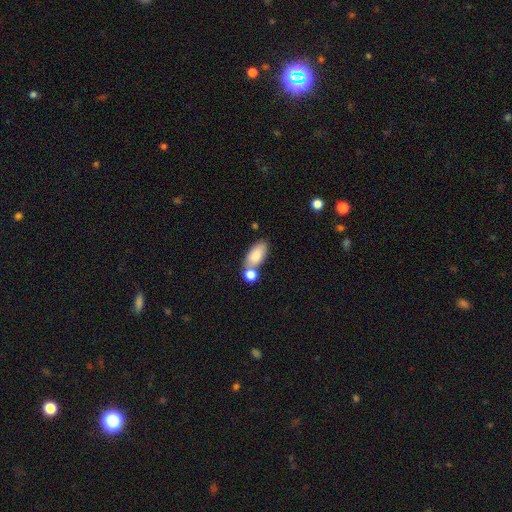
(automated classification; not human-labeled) Smooth or featured: smooth — 84% (featured or disk — 9%)
How rounded: in between — 88% (cigar-shaped — 7%)
Merging: none — 47% (merger — 34%)